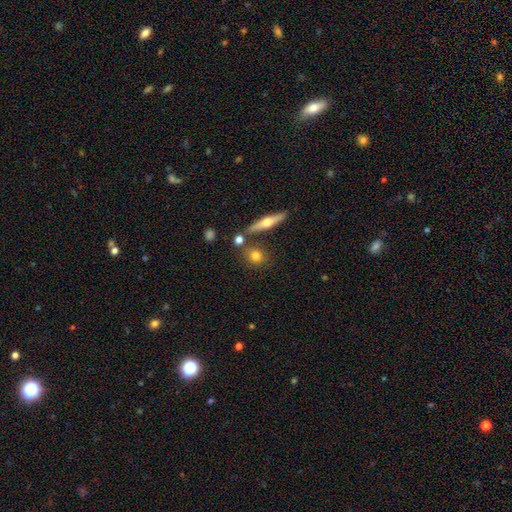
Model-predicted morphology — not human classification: Smooth or featured? Predicted: smooth (p=0.72). How rounded? Predicted: round (p=0.68). Merging? Predicted: none (p=0.73).